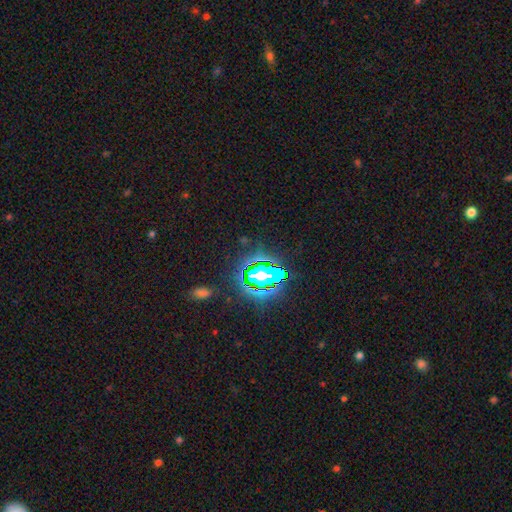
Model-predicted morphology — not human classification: smooth-or-featured: star or artifact: 83% | smooth: 11% | featured or disk: 6%